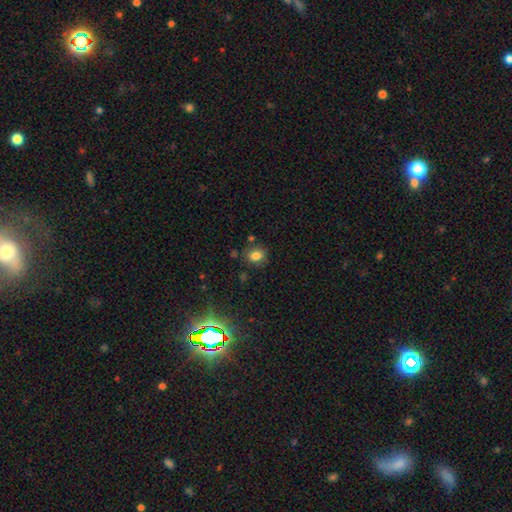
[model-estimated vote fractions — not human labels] smooth-or-featured: smooth: 80% | star or artifact: 13% | featured or disk: 7%
  how-rounded: round: 60% | in between: 39% | cigar-shaped: 1%
  merging: none: 77% | minor disturbance: 13% | merger: 5% | major disturbance: 4%